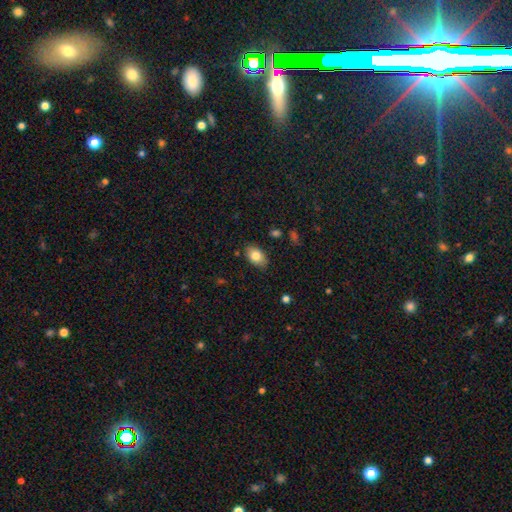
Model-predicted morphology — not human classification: Smooth or featured?
  - smooth: 81% *
  - featured or disk: 11%
  - star or artifact: 8%
How rounded?
  - in between: 87% *
  - round: 11%
  - cigar-shaped: 1%
Merging?
  - none: 84% *
  - minor disturbance: 12%
  - major disturbance: 2%
  - merger: 1%